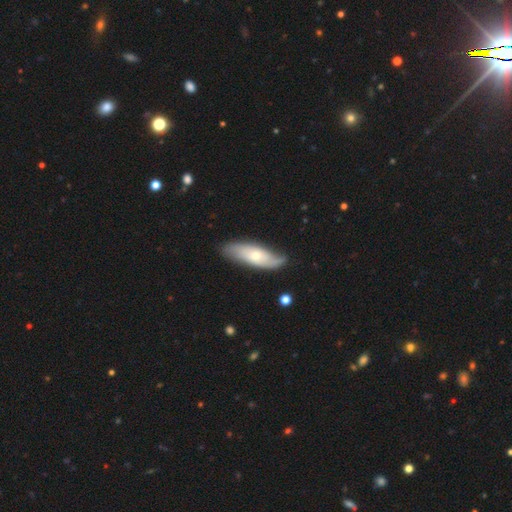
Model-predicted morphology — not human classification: smooth-or-featured: featured or disk: 56% | smooth: 39% | star or artifact: 5%
  disk-edge-on: no: 78% | yes: 22%
  merging: none: 70% | minor disturbance: 21% | major disturbance: 6% | merger: 2%